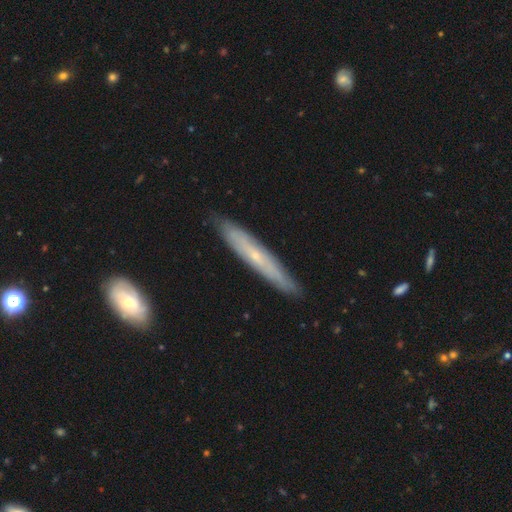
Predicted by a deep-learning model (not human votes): Smooth or featured: featured or disk — 59% (smooth — 35%)
Edge-on disk: yes — 76% (no — 24%)
Merging: none — 86% (minor disturbance — 11%)